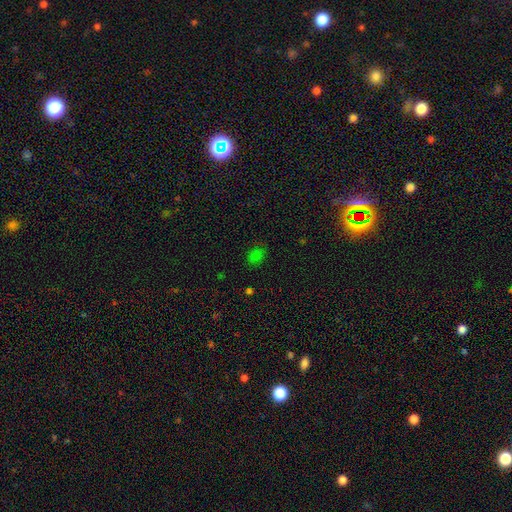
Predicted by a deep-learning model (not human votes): This appears to be a smooth galaxy with no disk features (72%) that is in between round and cigar-shaped (70%). Merging: none (77%).